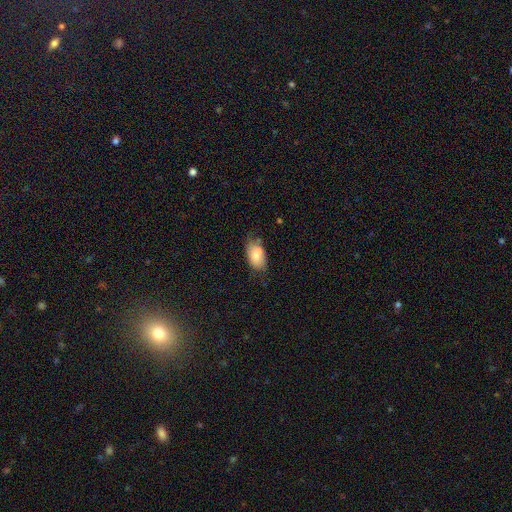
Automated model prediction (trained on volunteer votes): The model was most divided on "merging": none: 55%, minor disturbance: 27%, merger: 10%, major disturbance: 8%. More confident: how rounded — in between (91%); smooth or featured — smooth (69%).